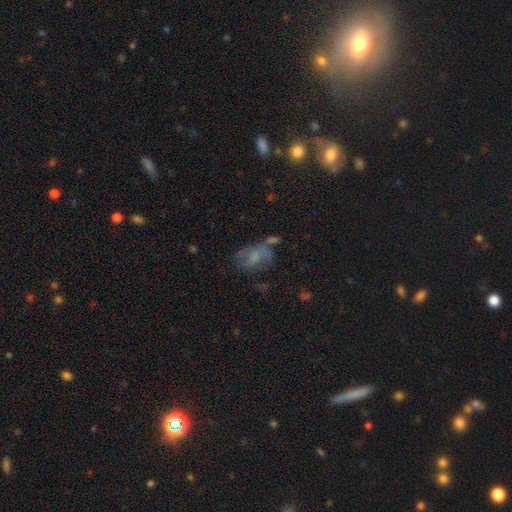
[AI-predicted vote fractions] Q: Smooth or featured?
A: smooth (45%); runner-up: featured or disk (39%)
Q: Merging?
A: none (34%); runner-up: major disturbance (26%)